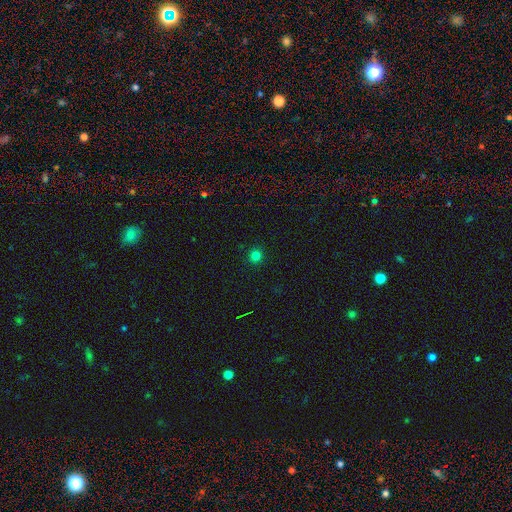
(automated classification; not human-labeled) This appears to be a smooth galaxy with no disk features (79%) that is round (94%). Merging: none (92%).